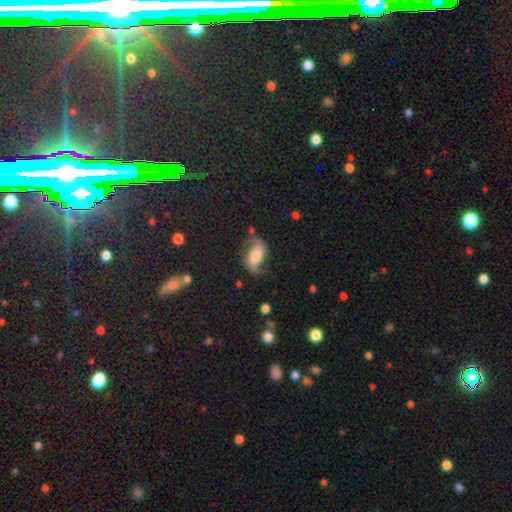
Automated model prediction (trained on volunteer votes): A featured or disk galaxy (67%) with no bar (43%), 2 (92%) loose (66%) spiral arms (92%) and a moderate central bulge (42%).

Vote fractions:
- Smooth or featured? featured or disk: 67% / smooth: 24% / star or artifact: 9%
- Edge-on disk? no: 95% / yes: 5%
- Bar? no: 43% / weak: 34% / strong: 23%
- Spiral arms? yes: 92% / no: 8%
- Spiral winding? loose: 66% / medium: 26% / tight: 8%
- Spiral arm count? 2: 92% / can't tell: 3% / 1: 2% / 3: 1% / 4: 1% / more than 4: 1%
- Bulge size? moderate: 42% / small: 25% / large: 22% / none: 6% / dominant: 5%
- Merging? none: 63% / minor disturbance: 21% / major disturbance: 13% / merger: 3%